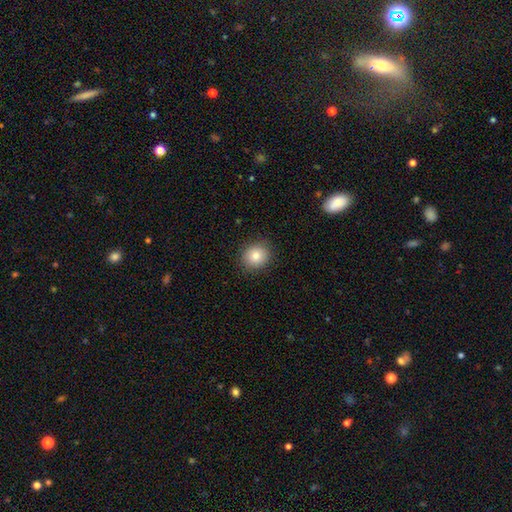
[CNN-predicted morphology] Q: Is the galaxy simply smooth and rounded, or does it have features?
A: smooth — 83%.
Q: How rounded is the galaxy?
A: round — 74%.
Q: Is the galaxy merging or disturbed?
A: none — 89%.